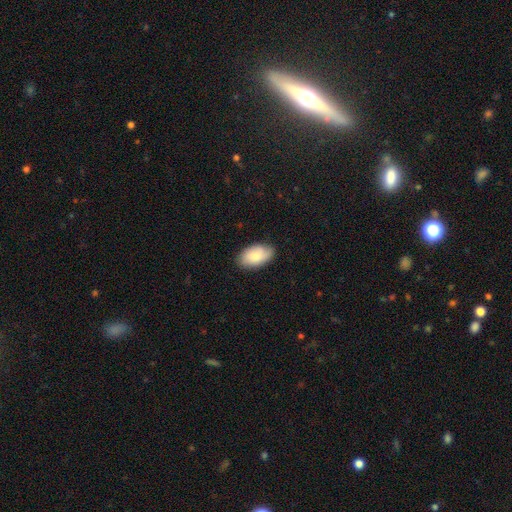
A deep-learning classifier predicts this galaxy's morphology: Smooth or featured? Predicted: smooth (p=0.81). How rounded? Predicted: in between (p=0.94). Merging? Predicted: none (p=0.84).